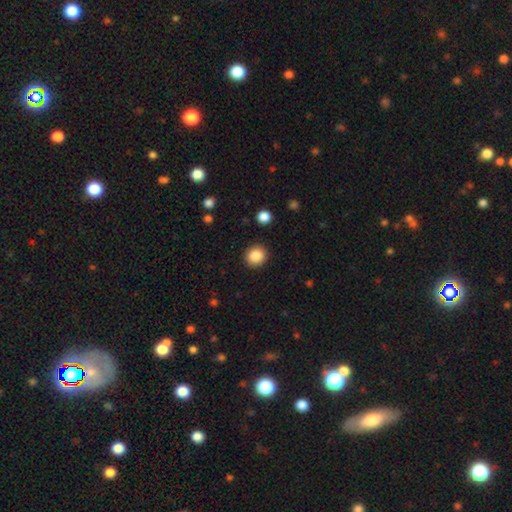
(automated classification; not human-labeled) Smooth or featured?
  - smooth: 86% *
  - star or artifact: 9%
  - featured or disk: 5%
How rounded?
  - round: 85% *
  - in between: 14%
  - cigar-shaped: 1%
Merging?
  - none: 91% *
  - minor disturbance: 6%
  - major disturbance: 2%
  - merger: 1%